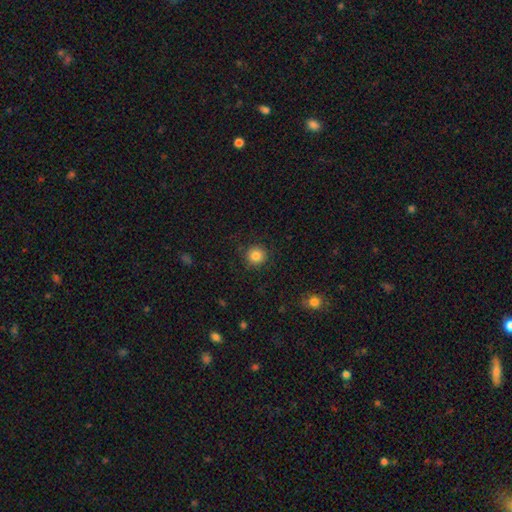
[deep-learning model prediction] A smooth galaxy with no disk features (84%) that is round (93%). Merging: none (88%).